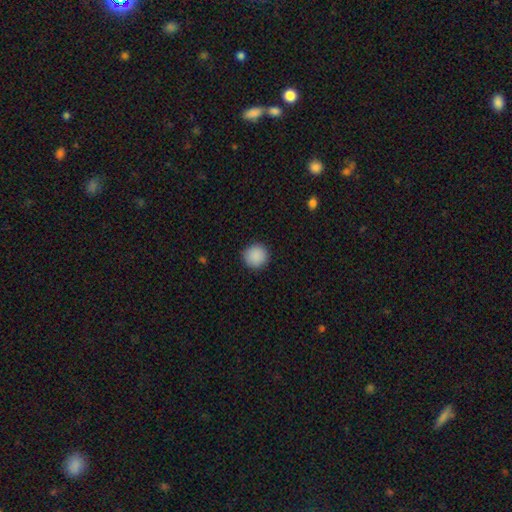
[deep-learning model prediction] A smooth galaxy with no disk features (89%) that is round (95%). Merging: none (92%).